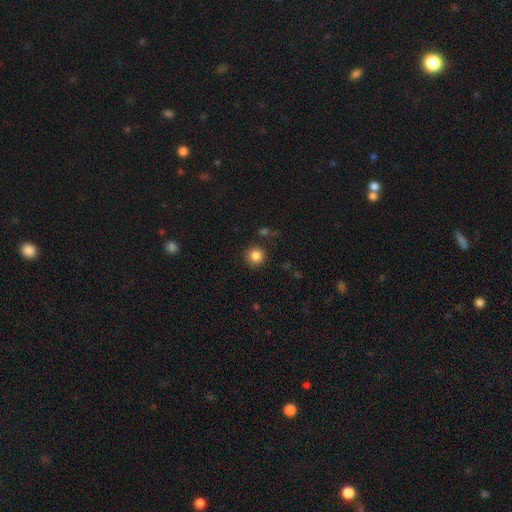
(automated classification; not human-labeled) The model was most divided on "smooth or featured": smooth: 85%, star or artifact: 11%, featured or disk: 5%. More confident: how rounded — round (94%); merging — none (88%).